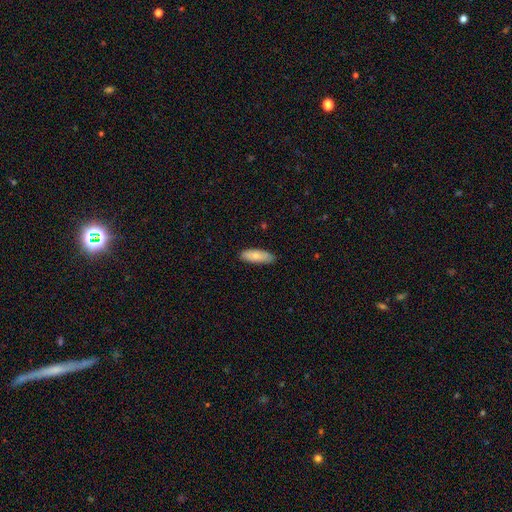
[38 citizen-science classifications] Volunteers were most divided on "merging": none: 83%, minor disturbance: 17%, major disturbance: 0%, merger: 0%. More confident: smooth or featured — smooth (87%); how rounded — in between (85%).